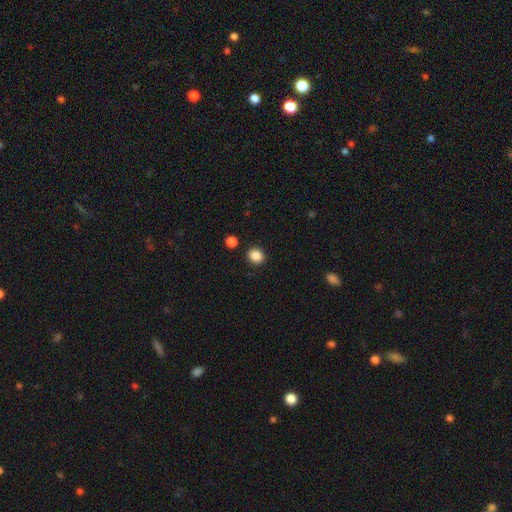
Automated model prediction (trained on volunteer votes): A smooth galaxy with no disk features (87%) that is round (65%).

Vote fractions:
- Smooth or featured? smooth: 87% / star or artifact: 10% / featured or disk: 3%
- How rounded? round: 65% / in between: 34% / cigar-shaped: 1%
- Merging? none: 87% / minor disturbance: 8% / merger: 3% / major disturbance: 3%